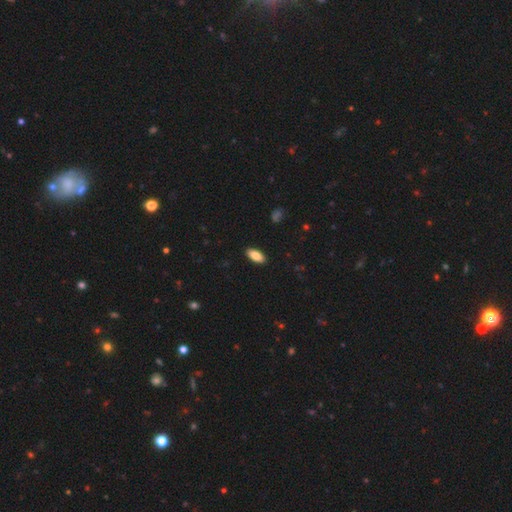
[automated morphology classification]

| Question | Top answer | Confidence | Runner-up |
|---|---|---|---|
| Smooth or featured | smooth | 86% | featured or disk (7%) |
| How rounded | in between | 89% | cigar-shaped (9%) |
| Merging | none | 90% | minor disturbance (7%) |